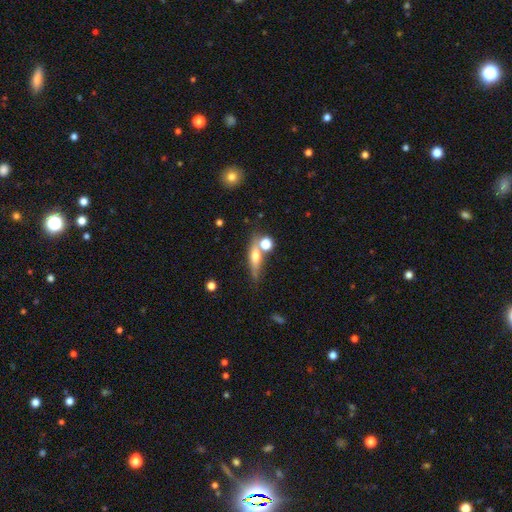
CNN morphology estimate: Q: Smooth or featured?
A: smooth (53%); runner-up: featured or disk (36%)
Q: How rounded?
A: cigar-shaped (55%); runner-up: in between (35%)
Q: Merging?
A: none (57%); runner-up: merger (21%)